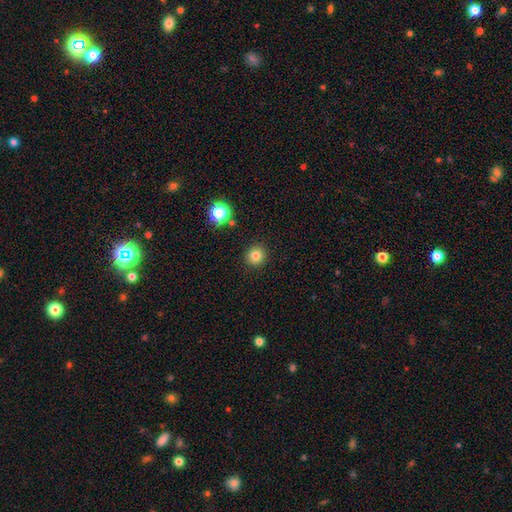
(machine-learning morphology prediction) Smooth or featured: smooth — 81% (star or artifact — 14%)
How rounded: round — 92% (in between — 7%)
Merging: none — 91% (minor disturbance — 5%)